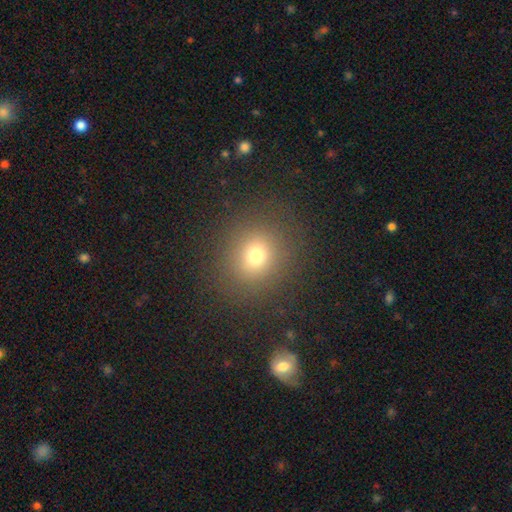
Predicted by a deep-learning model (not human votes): smooth-or-featured: smooth: 72% | star or artifact: 17% | featured or disk: 10%
  how-rounded: round: 78% | in between: 21% | cigar-shaped: 1%
  merging: none: 85% | minor disturbance: 8% | major disturbance: 5% | merger: 1%